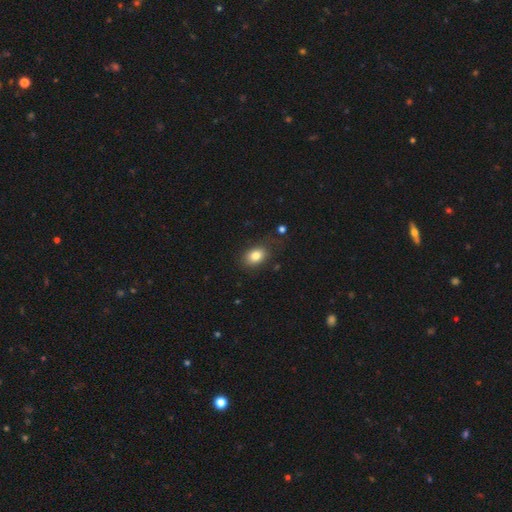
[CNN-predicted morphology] Overall: smooth (82%). How rounded: in between (76%). Merging: none (76%).